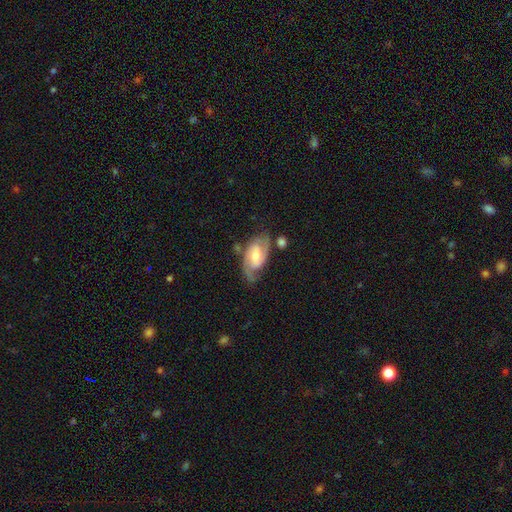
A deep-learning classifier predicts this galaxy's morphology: smooth_or_featured: featured or disk (p=0.84) [alt: smooth p=0.11]
disk_edge_on: no (p=0.96) [alt: yes p=0.04]
bar: weak (p=0.47) [alt: no p=0.34]
has_spiral_arms: yes (p=0.96) [alt: no p=0.04]
spiral_winding: medium (p=0.50) [alt: tight p=0.37]
spiral_arm_count: 2 (p=0.86) [alt: can't tell p=0.06]
bulge_size: moderate (p=0.54) [alt: small p=0.34]
merging: none (p=0.68) [alt: minor disturbance p=0.19]